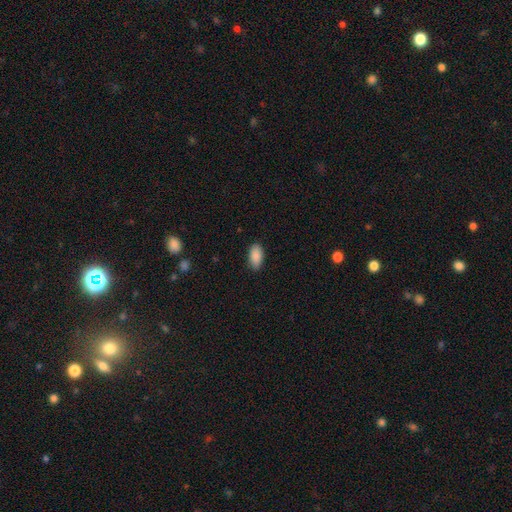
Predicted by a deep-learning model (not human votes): Smooth or featured? Predicted: smooth (p=0.89). How rounded? Predicted: in between (p=0.94). Merging? Predicted: none (p=0.86).